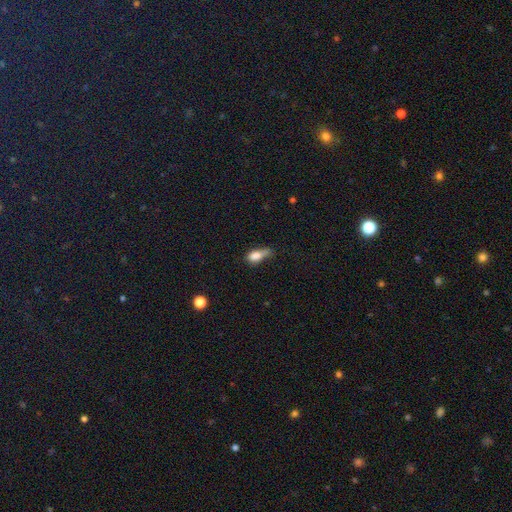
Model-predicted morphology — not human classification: smooth_or_featured: smooth (p=0.76) [alt: featured or disk p=0.13]
how_rounded: in between (p=0.77) [alt: cigar-shaped p=0.12]
merging: minor disturbance (p=0.35) [alt: major disturbance p=0.26]